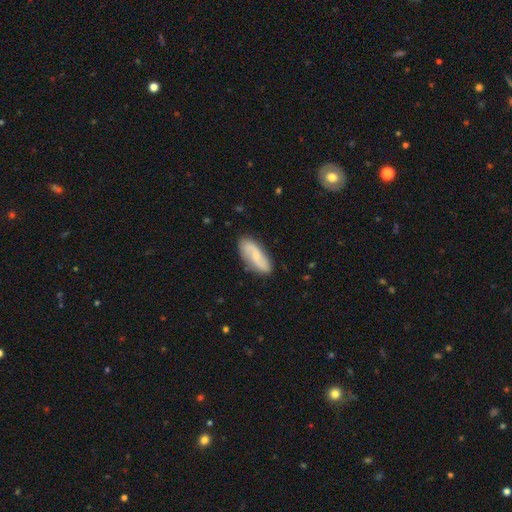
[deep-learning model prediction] A featured or disk galaxy (58%) with no bar (51%), spiral arms (89%) and a small central bulge (65%). Merging: none (83%).